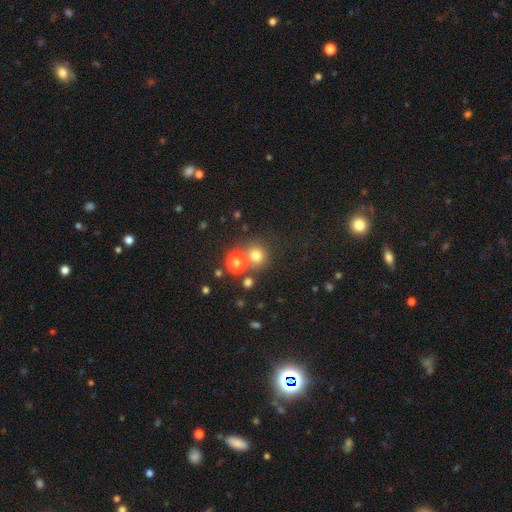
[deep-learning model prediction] This is likely a smooth galaxy (73%). How rounded: clearly round (88%). Merging: likely none (68%).